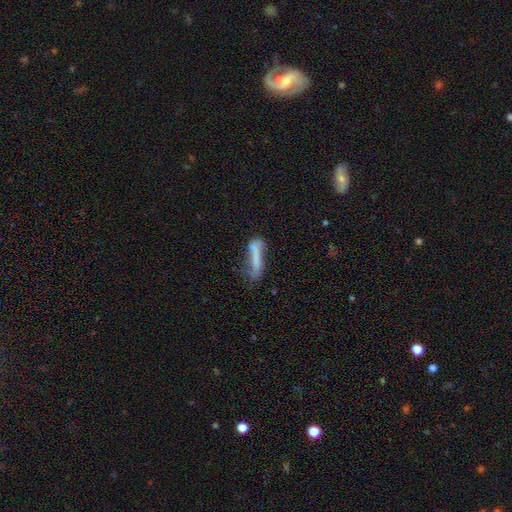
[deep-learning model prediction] Smooth or featured? smooth (60%)
How rounded? cigar-shaped (73%)
Merging? none (37%)